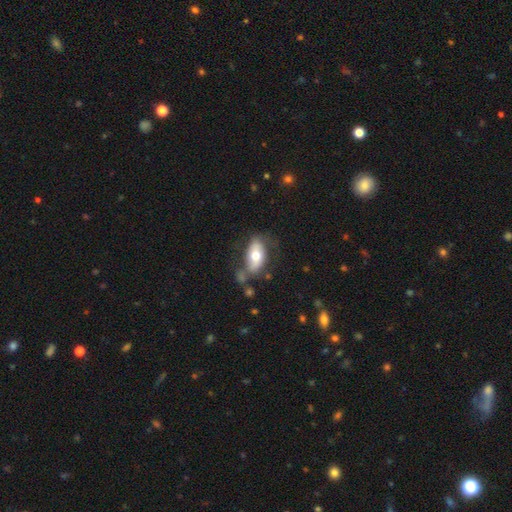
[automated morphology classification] Smooth or featured? Predicted: smooth (p=0.59). How rounded? Predicted: in between (p=0.90). Merging? Predicted: none (p=0.54).